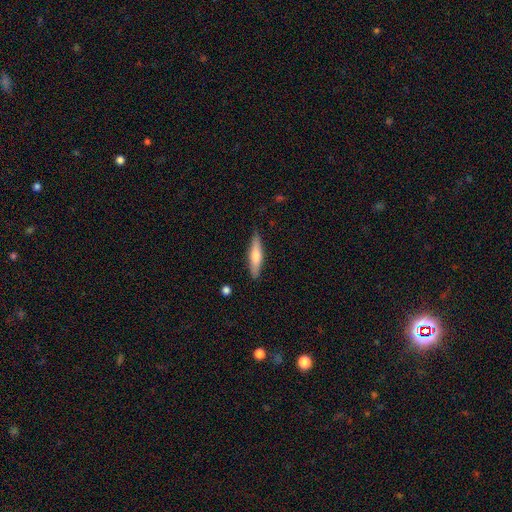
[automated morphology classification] Smooth or featured: smooth — 60% (featured or disk — 35%)
How rounded: cigar-shaped — 80% (in between — 18%)
Merging: none — 87% (minor disturbance — 10%)